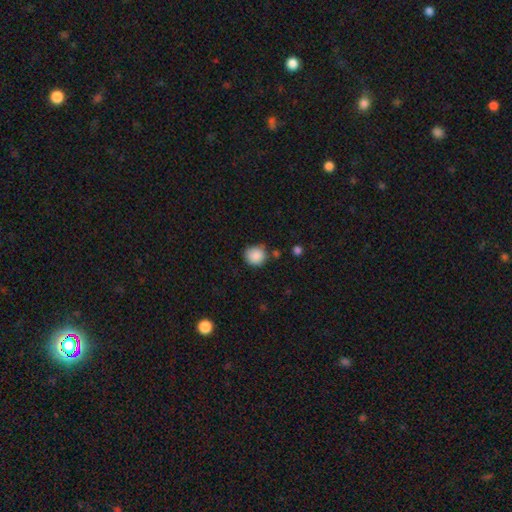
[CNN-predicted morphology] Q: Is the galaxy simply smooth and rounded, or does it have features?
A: smooth — 88%.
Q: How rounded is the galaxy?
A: round — 86%.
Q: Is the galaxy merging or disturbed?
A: none — 72%.